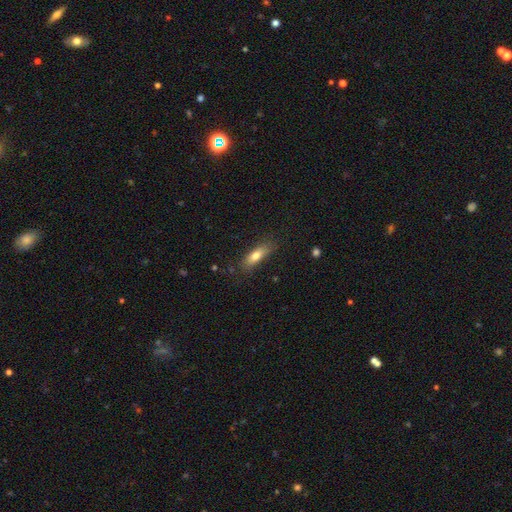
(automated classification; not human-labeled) smooth_or_featured: smooth (p=0.75) [alt: featured or disk p=0.18]
how_rounded: in between (p=0.55) [alt: cigar-shaped p=0.42]
merging: none (p=0.78) [alt: minor disturbance p=0.16]